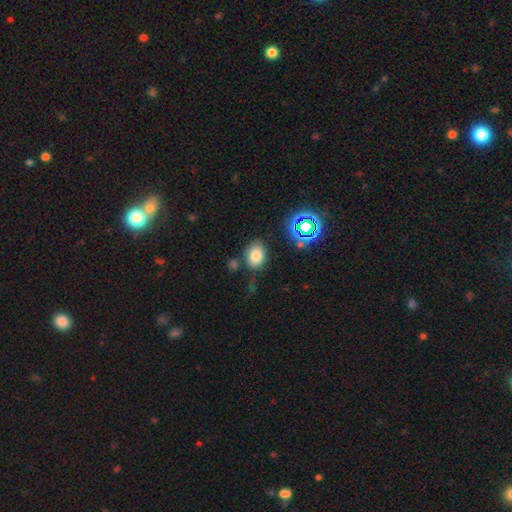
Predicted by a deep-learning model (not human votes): This is likely a smooth galaxy (77%). How rounded: likely in between (65%). Merging: likely none (70%).